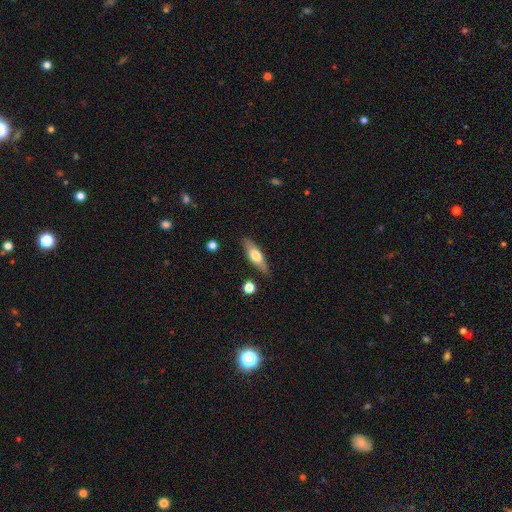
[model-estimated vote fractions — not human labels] Smooth or featured? smooth (53%)
How rounded? cigar-shaped (53%)
Merging? none (84%)